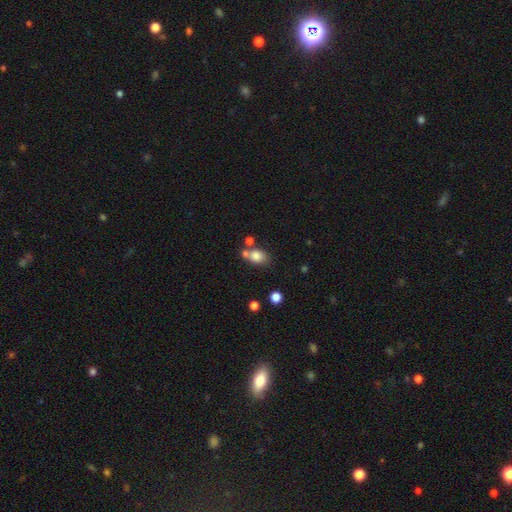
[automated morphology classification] Smooth or featured? smooth (79%)
How rounded? in between (69%)
Merging? none (49%)